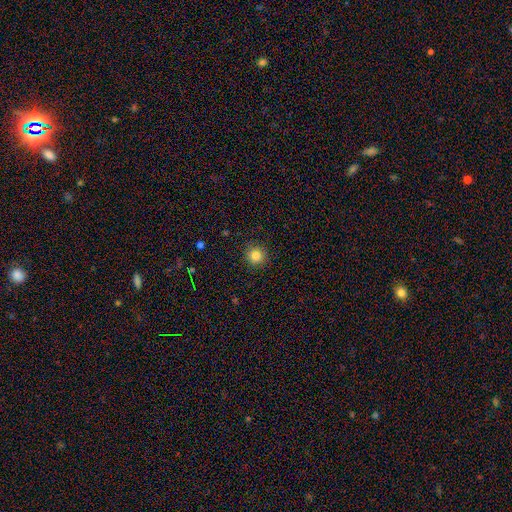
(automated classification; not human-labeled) smooth_or_featured: smooth (p=0.83) [alt: star or artifact p=0.12]
how_rounded: round (p=0.94) [alt: in between p=0.05]
merging: none (p=0.91) [alt: minor disturbance p=0.06]